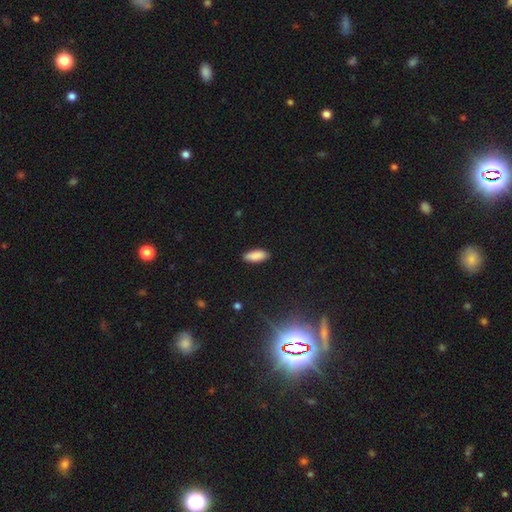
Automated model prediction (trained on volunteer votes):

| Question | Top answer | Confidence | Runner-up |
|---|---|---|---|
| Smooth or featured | smooth | 89% | star or artifact (7%) |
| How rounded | in between | 79% | cigar-shaped (19%) |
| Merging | none | 88% | minor disturbance (9%) |